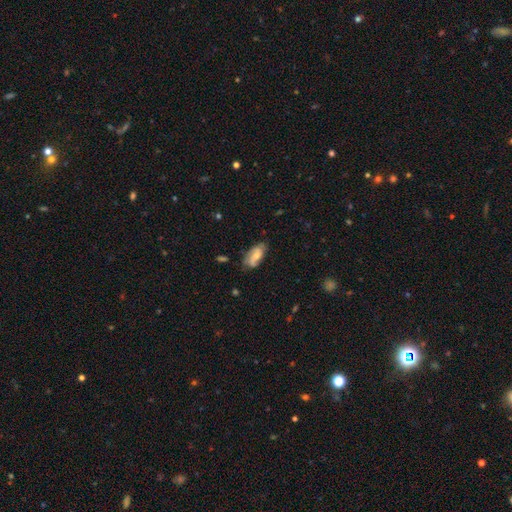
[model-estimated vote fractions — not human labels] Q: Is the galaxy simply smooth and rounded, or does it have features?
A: smooth — 51%.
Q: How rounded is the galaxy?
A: in between — 88%.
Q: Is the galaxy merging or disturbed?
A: none — 66%.